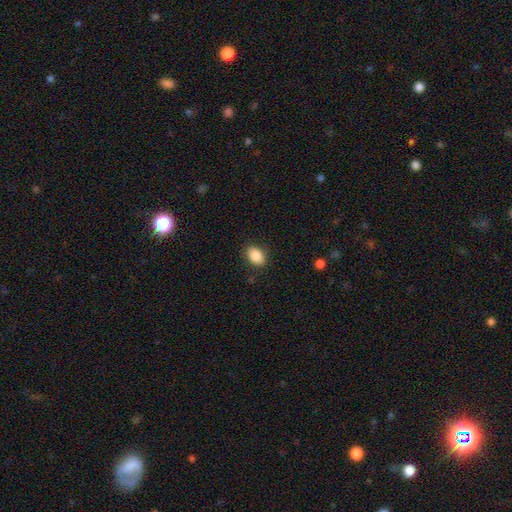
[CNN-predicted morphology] The model was most divided on "how rounded": in between: 78%, round: 21%, cigar-shaped: 1%. More confident: smooth or featured — smooth (88%); merging — none (87%).